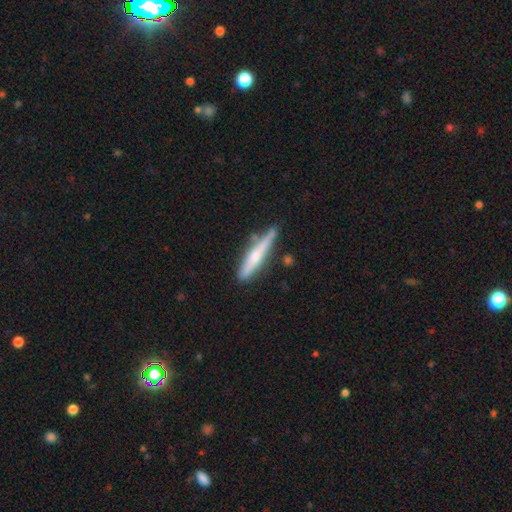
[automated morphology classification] Smooth or featured?
  - featured or disk: 50% *
  - smooth: 44%
  - star or artifact: 6%
Edge-on disk?
  - yes: 94% *
  - no: 6%
Merging?
  - none: 74% *
  - minor disturbance: 17%
  - merger: 5%
  - major disturbance: 3%